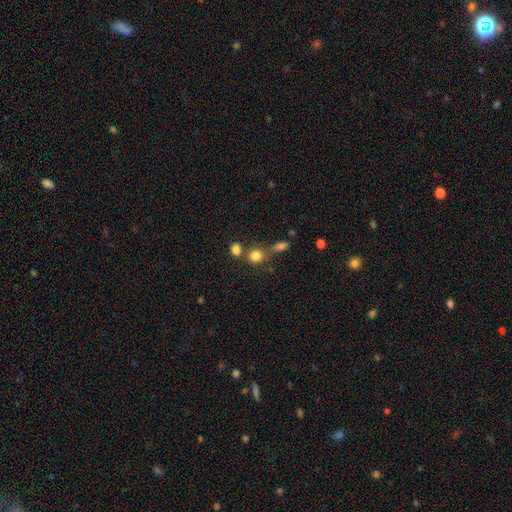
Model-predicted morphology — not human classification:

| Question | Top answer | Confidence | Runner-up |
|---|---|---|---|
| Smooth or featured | smooth | 81% | star or artifact (12%) |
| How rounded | round | 77% | in between (22%) |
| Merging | none | 55% | merger (29%) |